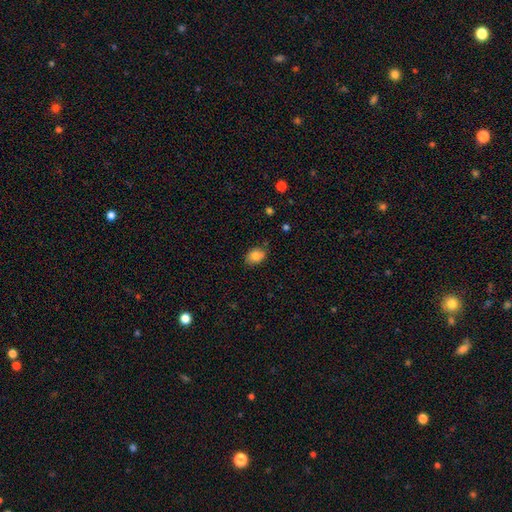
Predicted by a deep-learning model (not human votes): A smooth galaxy with no disk features (82%) that is in between round and cigar-shaped (70%). Merging: none (78%).